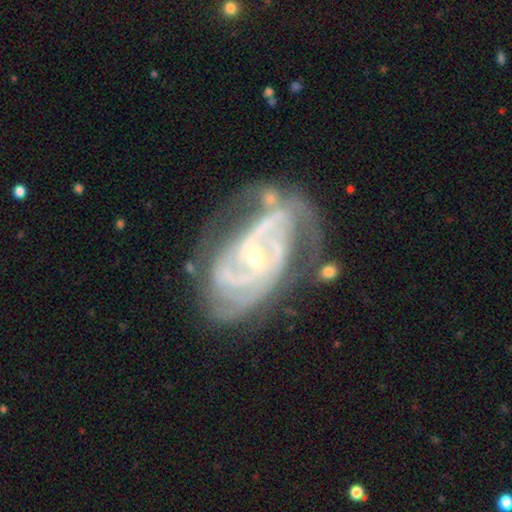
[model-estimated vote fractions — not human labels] Morphology: type=featured or disk (91%); edge-on=no (97%); bar=no (55%); spiral arms=yes (97%); winding=tight (59%); arm count=2 (37%); bulge=small (70%); merging=none (52%).